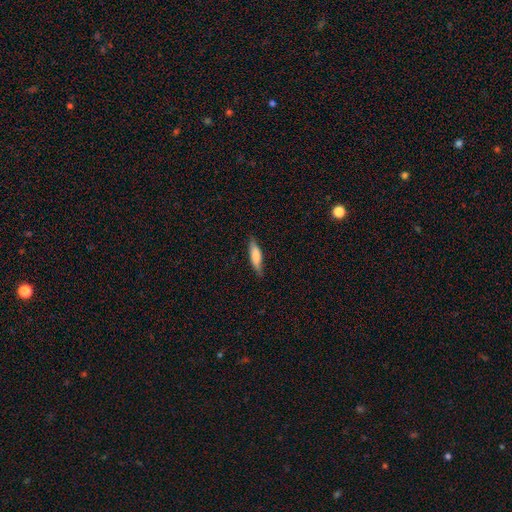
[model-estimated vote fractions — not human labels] This is likely a smooth galaxy (73%). How rounded: likely cigar-shaped (70%). Merging: clearly none (81%).